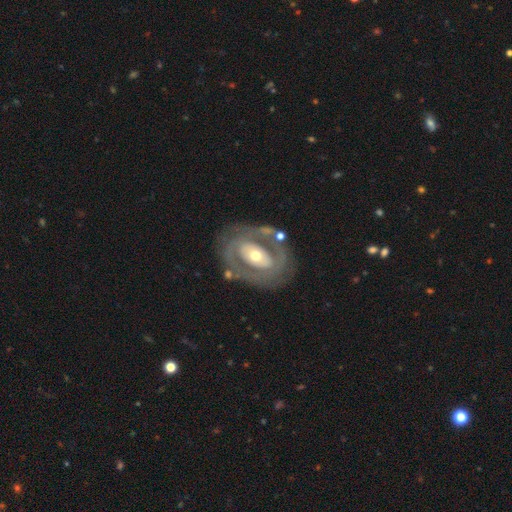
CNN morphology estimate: Overall: featured or disk (77%). Edge-on disk: no (95%). Bar: no (61%; weak 22%). Spiral arms: yes (57%; no 43%). Bulge size: moderate (66%). Merging: none (70%).